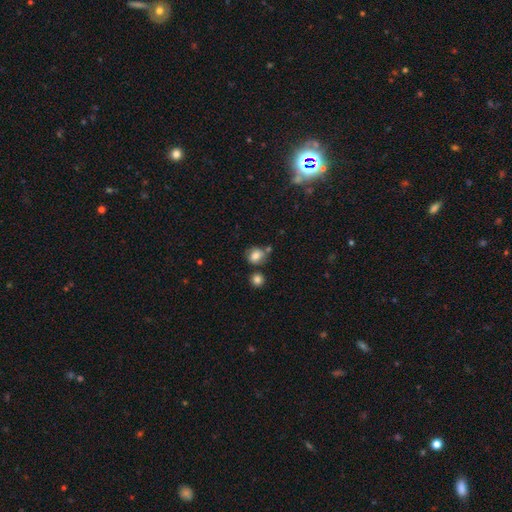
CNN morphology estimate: smooth-or-featured: smooth: 78% | featured or disk: 11% | star or artifact: 11%
  how-rounded: round: 69% | in between: 30% | cigar-shaped: 1%
  merging: none: 63% | minor disturbance: 18% | merger: 13% | major disturbance: 5%